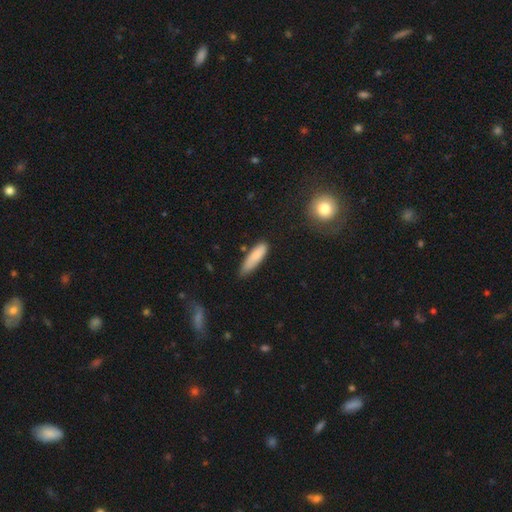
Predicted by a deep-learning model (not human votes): Morphology: type=smooth (84%); roundness=cigar-shaped (65%); merging=none (65%).